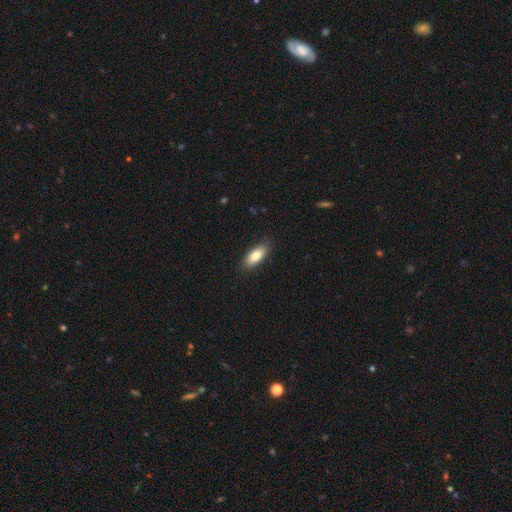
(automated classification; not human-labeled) Smooth or featured? Predicted: smooth (p=0.76). How rounded? Predicted: in between (p=0.77). Merging? Predicted: none (p=0.85).